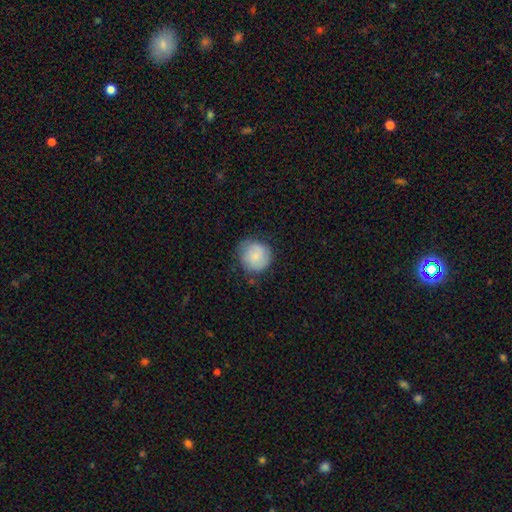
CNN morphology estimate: A smooth galaxy with no disk features (74%) that is round (91%).

Vote fractions:
- Smooth or featured? smooth: 74% / featured or disk: 19% / star or artifact: 7%
- How rounded? round: 91% / in between: 8% / cigar-shaped: 1%
- Merging? none: 71% / minor disturbance: 22% / major disturbance: 6% / merger: 1%